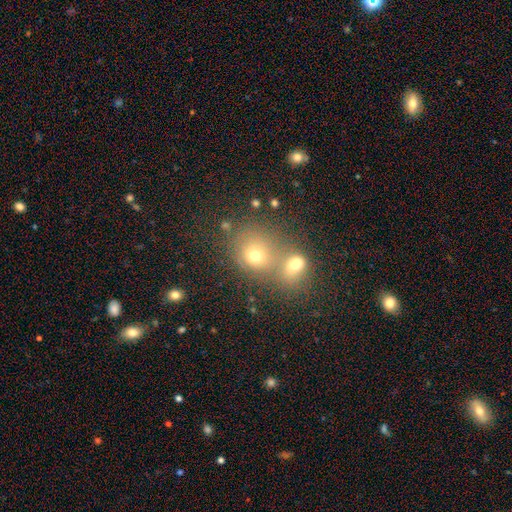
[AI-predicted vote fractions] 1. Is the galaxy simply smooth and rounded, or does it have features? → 68% smooth, 18% star or artifact, 14% featured or disk.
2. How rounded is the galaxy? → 72% round, 27% in between, 1% cigar-shaped.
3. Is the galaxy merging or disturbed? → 50% merger, 38% none, 8% minor disturbance, 4% major disturbance.